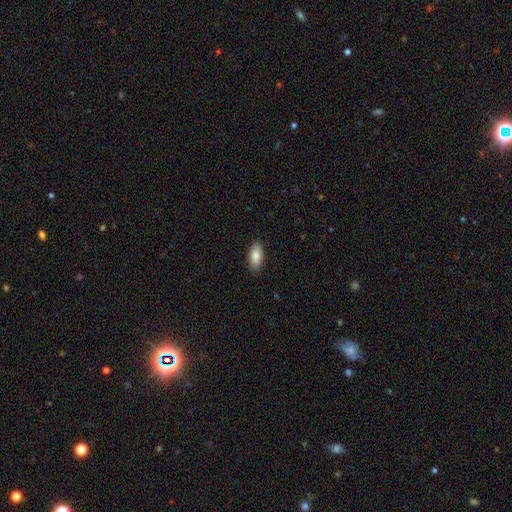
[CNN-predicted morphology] smooth 86%, featured or disk 7%, star or artifact 6%. Down the decision tree: how rounded — in between (87%); merging — none (89%).